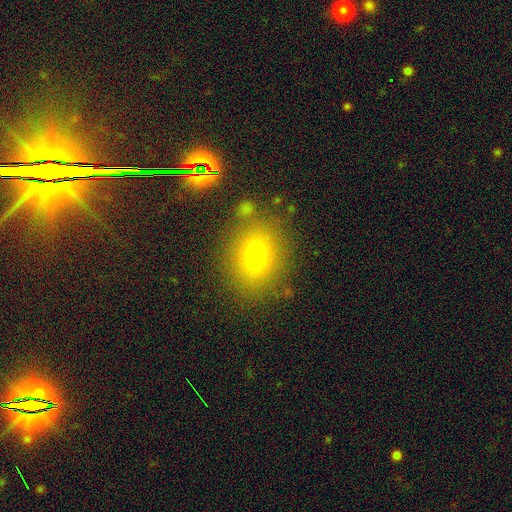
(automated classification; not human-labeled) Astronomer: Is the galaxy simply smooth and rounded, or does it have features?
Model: smooth — 73%.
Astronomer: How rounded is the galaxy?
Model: in between — 52% (runner-up: round, 47%).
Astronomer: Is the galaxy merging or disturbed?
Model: none — 78%.